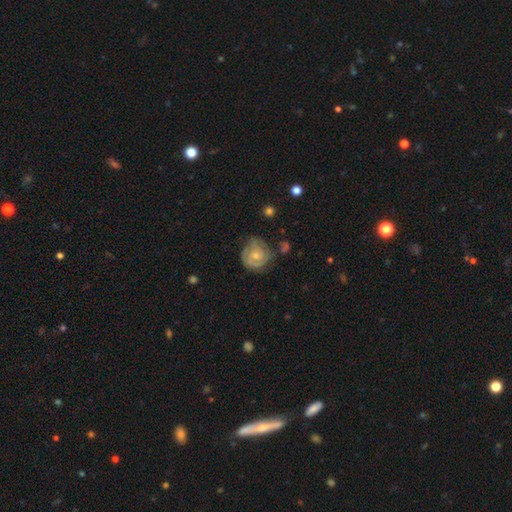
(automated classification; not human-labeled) A featured or disk galaxy (68%) with no bar (72%), 2 (43%) tight (66%) spiral arms (84%) and a small central bulge (45%). Merging: none (57%).